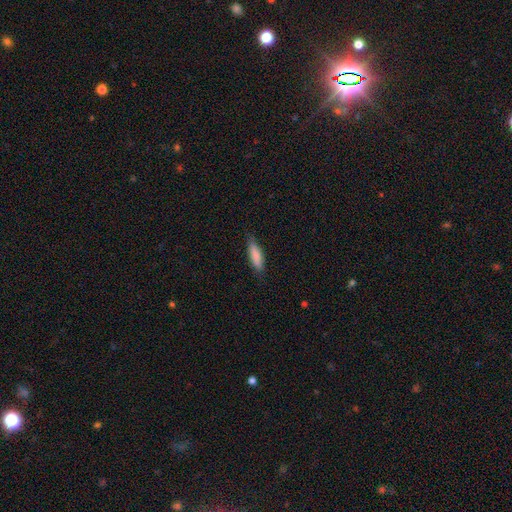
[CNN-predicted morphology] Smooth or featured? smooth (84%)
How rounded? cigar-shaped (61%)
Merging? none (82%)